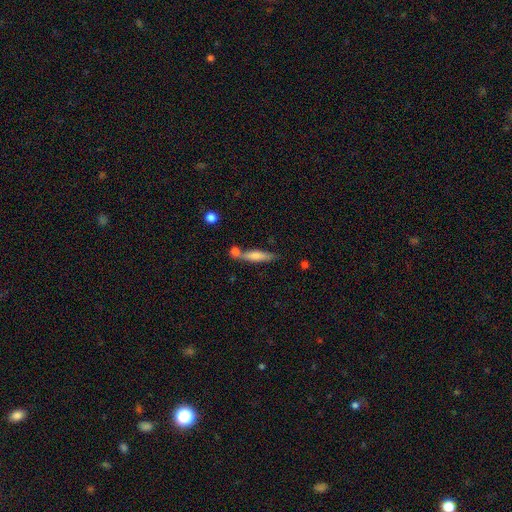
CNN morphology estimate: Smooth or featured: smooth — 65% (featured or disk — 29%)
How rounded: cigar-shaped — 82% (in between — 16%)
Merging: none — 60% (merger — 22%)